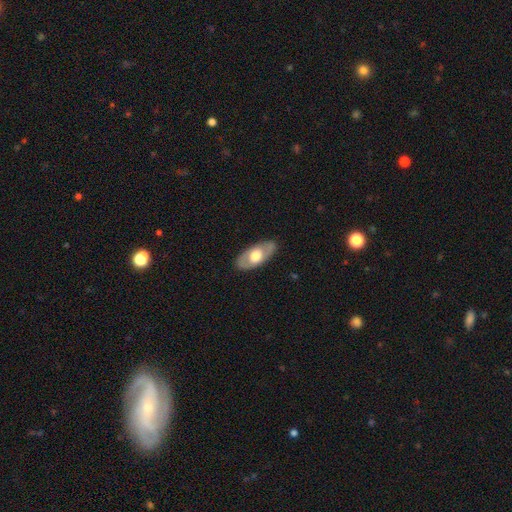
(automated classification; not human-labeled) Smooth or featured? featured or disk (48%)
Merging? none (85%)